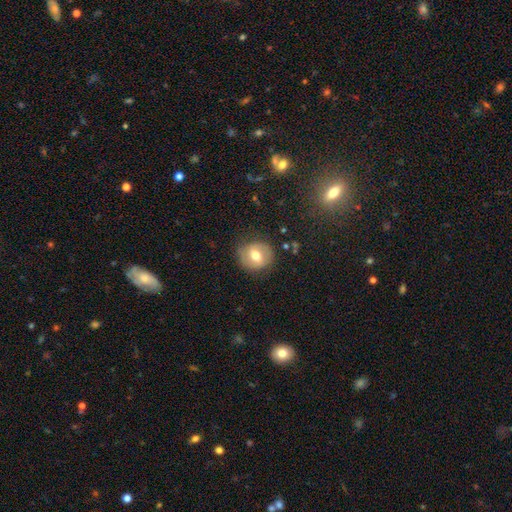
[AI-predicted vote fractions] smooth 48%, featured or disk 44%, star or artifact 8%. Down the decision tree: merging — none (79%).